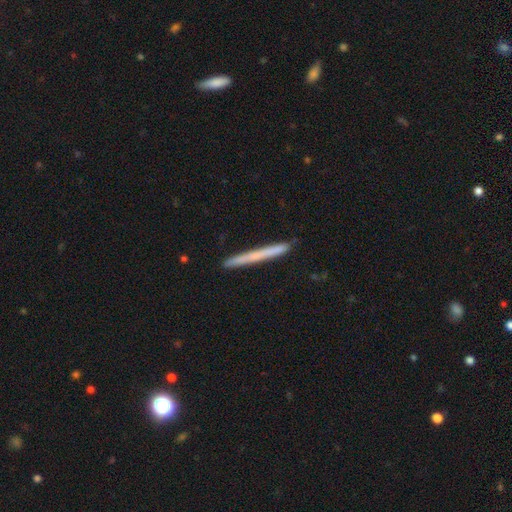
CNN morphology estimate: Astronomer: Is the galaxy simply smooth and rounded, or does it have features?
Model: smooth — 58% (runner-up: featured or disk, 36%).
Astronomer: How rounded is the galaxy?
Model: cigar-shaped — 97%.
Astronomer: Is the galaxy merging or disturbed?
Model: none — 91%.